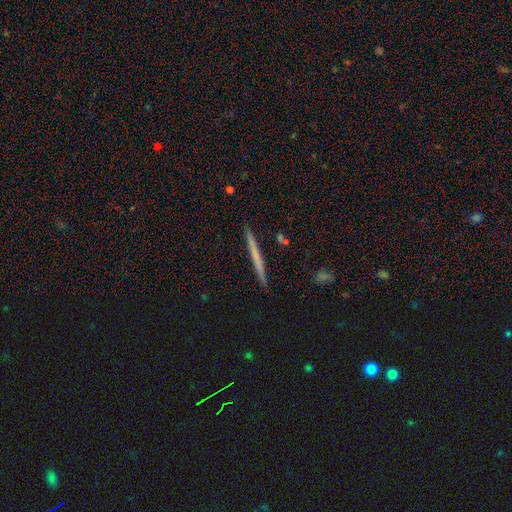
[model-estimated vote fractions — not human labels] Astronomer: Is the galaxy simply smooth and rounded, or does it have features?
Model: smooth — 53% (runner-up: featured or disk, 41%).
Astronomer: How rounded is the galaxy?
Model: cigar-shaped — 97%.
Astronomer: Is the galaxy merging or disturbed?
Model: none — 92%.